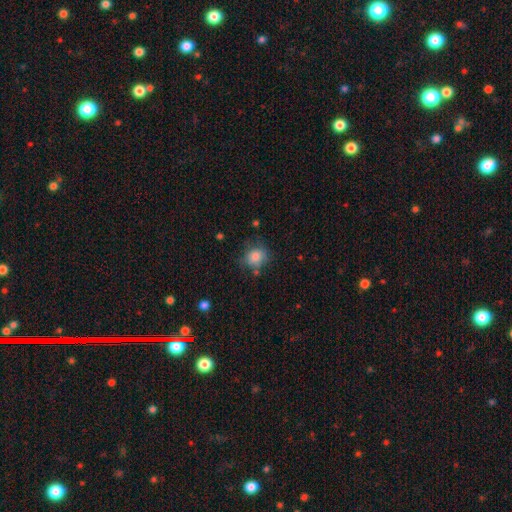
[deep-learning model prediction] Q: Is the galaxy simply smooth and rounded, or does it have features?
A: smooth — 82%.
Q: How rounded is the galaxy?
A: round — 75%.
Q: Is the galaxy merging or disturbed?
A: none — 67%.